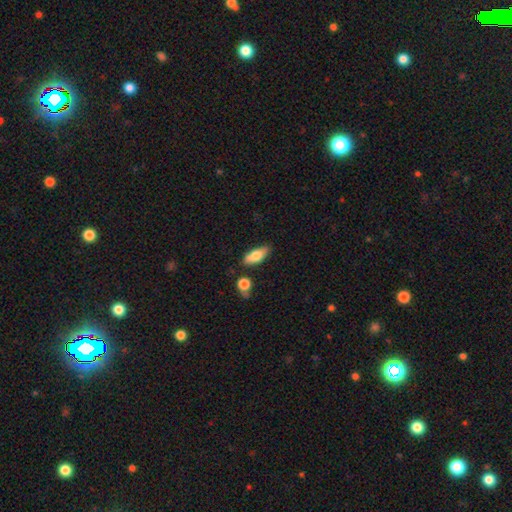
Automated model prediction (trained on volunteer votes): This is likely a smooth galaxy (73%). How rounded: likely in between (76%). Merging: likely none (73%).